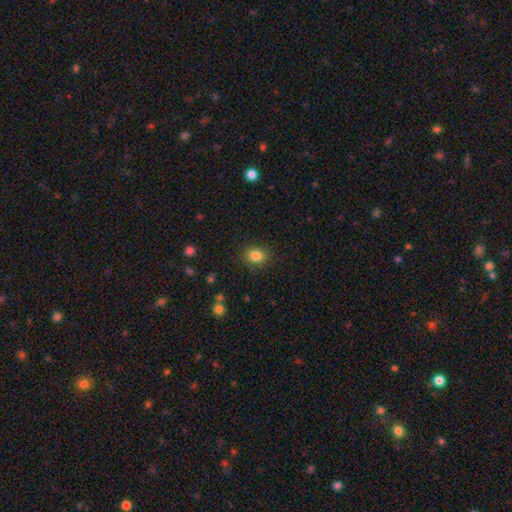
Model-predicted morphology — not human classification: Smooth or featured?
  - smooth: 84% *
  - star or artifact: 10%
  - featured or disk: 6%
How rounded?
  - round: 51% *
  - in between: 48%
  - cigar-shaped: 1%
Merging?
  - none: 87% *
  - minor disturbance: 9%
  - major disturbance: 3%
  - merger: 1%